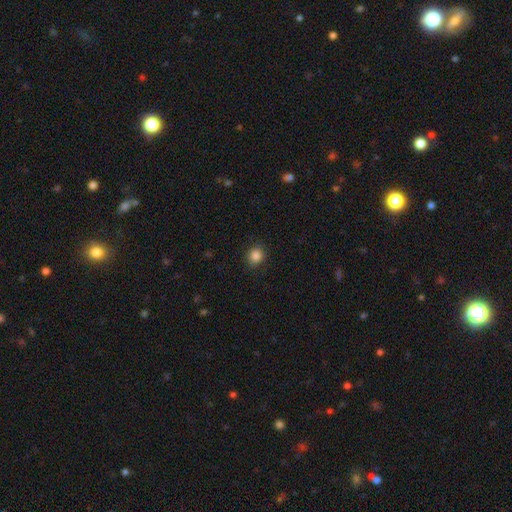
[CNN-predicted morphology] This appears to be a smooth galaxy with no disk features (86%) that is round (81%). Merging: none (88%).